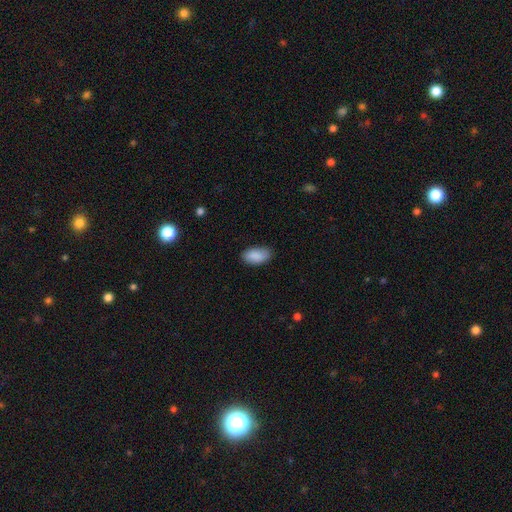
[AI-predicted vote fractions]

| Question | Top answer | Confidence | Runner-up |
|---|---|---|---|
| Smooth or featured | smooth | 89% | star or artifact (6%) |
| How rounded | in between | 94% | round (3%) |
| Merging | none | 82% | minor disturbance (14%) |